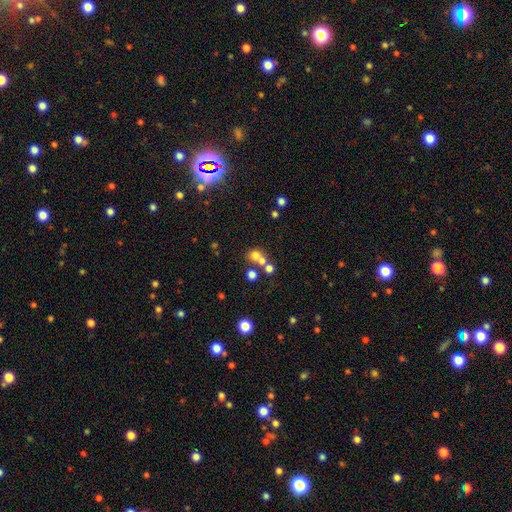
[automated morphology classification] The model was most divided on "merging": none: 44%, merger: 43%, minor disturbance: 7%, major disturbance: 5%. More confident: how rounded — round (80%); smooth or featured — smooth (66%).